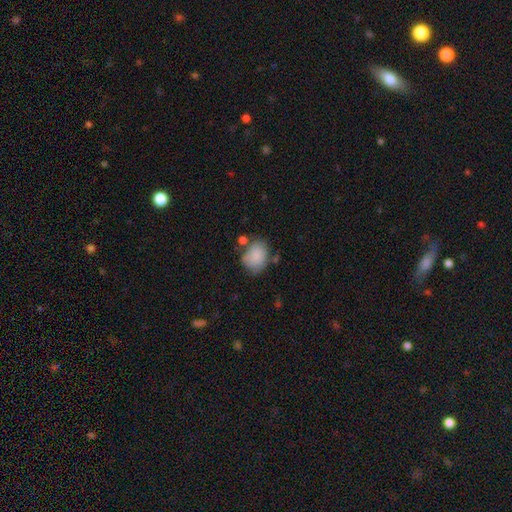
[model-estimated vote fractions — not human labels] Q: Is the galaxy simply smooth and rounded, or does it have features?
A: smooth — 83%.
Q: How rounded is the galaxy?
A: in between — 57%.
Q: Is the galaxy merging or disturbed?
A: none — 53%.